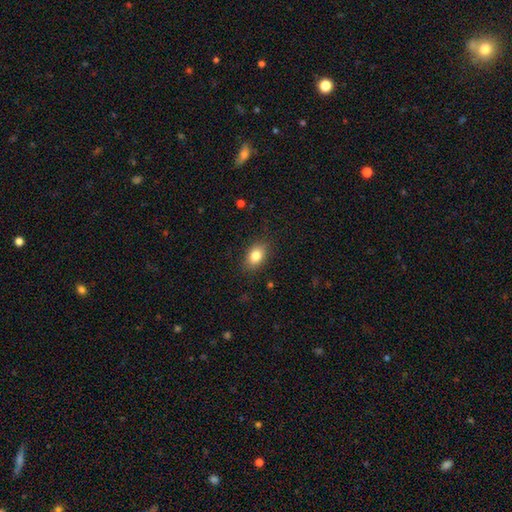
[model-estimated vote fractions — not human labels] Smooth or featured? smooth (81%)
How rounded? in between (78%)
Merging? none (86%)